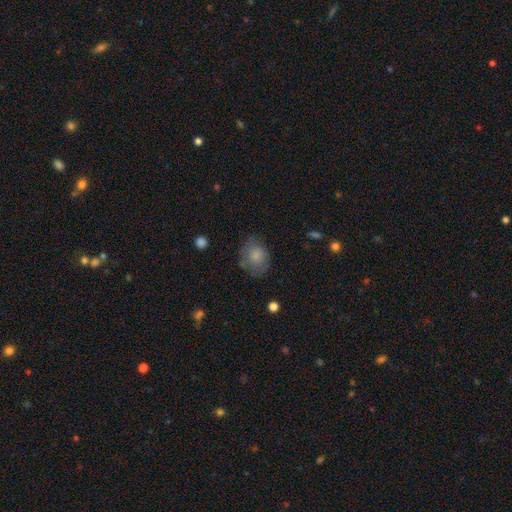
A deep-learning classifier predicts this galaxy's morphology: A smooth galaxy with no disk features (79%) that is round (52%).

Vote fractions:
- Smooth or featured? smooth: 79% / featured or disk: 12% / star or artifact: 8%
- How rounded? round: 52% / in between: 47% / cigar-shaped: 1%
- Merging? none: 66% / minor disturbance: 23% / major disturbance: 9% / merger: 2%